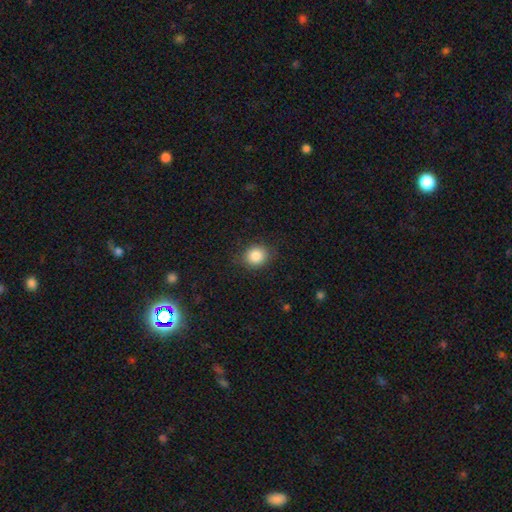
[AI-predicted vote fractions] This is clearly a smooth galaxy (85%). How rounded: likely round (77%). Merging: clearly none (86%).